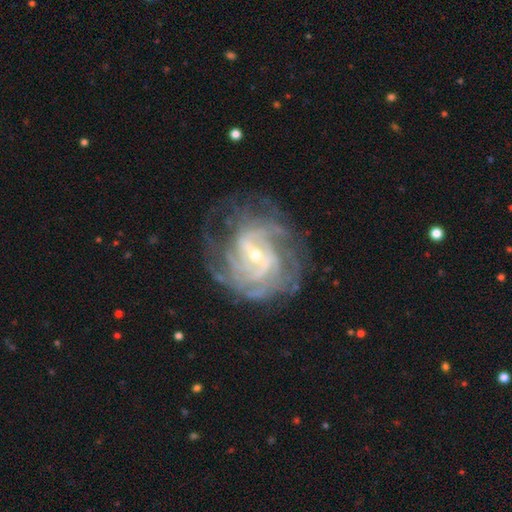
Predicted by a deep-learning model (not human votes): smooth-or-featured: featured or disk: 90% | star or artifact: 6% | smooth: 4%
  disk-edge-on: no: 97% | yes: 3%
    bar: weak: 50% | strong: 28% | no: 22%
    has-spiral-arms: yes: 97% | no: 3%
      spiral-winding: tight: 58% | medium: 34% | loose: 8%
      spiral-arm-count: can't tell: 28% | 4: 21% | 2: 17% | 3: 17% | more than 4: 11% | 1: 7%
    bulge-size: small: 67% | moderate: 30% | large: 2% | none: 1% | dominant: 1%
  merging: none: 70% | minor disturbance: 17% | major disturbance: 11% | merger: 1%